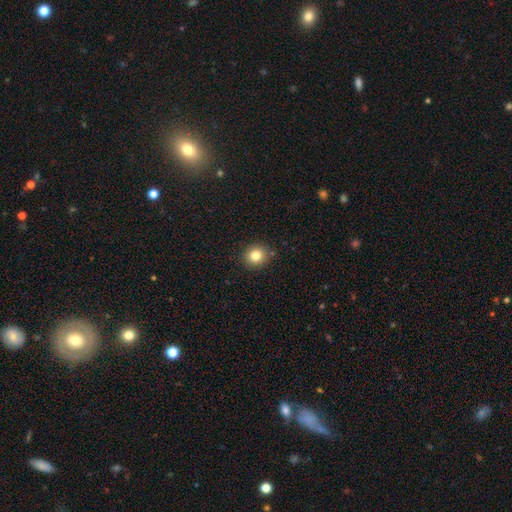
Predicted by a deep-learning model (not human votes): Smooth or featured?
  - smooth: 82% *
  - star or artifact: 11%
  - featured or disk: 7%
How rounded?
  - round: 84% *
  - in between: 16%
  - cigar-shaped: 1%
Merging?
  - none: 88% *
  - minor disturbance: 8%
  - major disturbance: 2%
  - merger: 2%